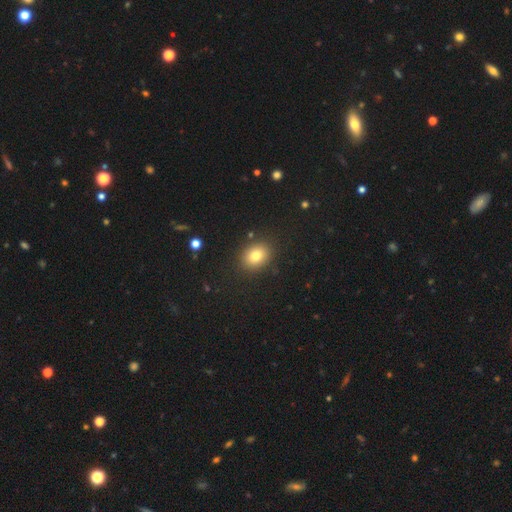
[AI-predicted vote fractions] Smooth or featured? smooth (81%)
How rounded? in between (52%)
Merging? none (87%)